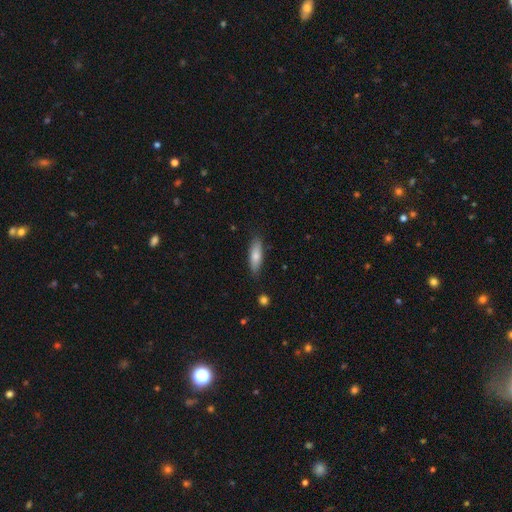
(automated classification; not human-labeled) smooth_or_featured: smooth (p=0.75) [alt: featured or disk p=0.19]
how_rounded: in between (p=0.50) [alt: cigar-shaped p=0.48]
merging: none (p=0.83) [alt: minor disturbance p=0.13]